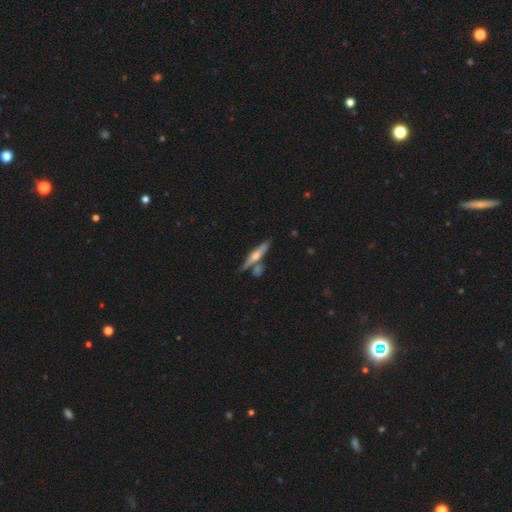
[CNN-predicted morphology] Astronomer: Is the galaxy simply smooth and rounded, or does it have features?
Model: featured or disk — 62%.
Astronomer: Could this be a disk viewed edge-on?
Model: yes — 95%.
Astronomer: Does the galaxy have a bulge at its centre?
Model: rounded — 87%.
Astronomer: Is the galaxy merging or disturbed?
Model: none — 71%.